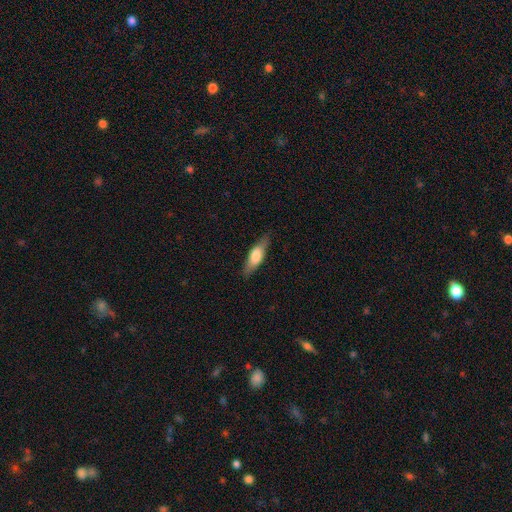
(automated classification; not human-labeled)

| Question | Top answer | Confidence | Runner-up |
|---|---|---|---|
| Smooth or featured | smooth | 60% | featured or disk (33%) |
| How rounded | in between | 51% | cigar-shaped (47%) |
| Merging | none | 83% | minor disturbance (13%) |